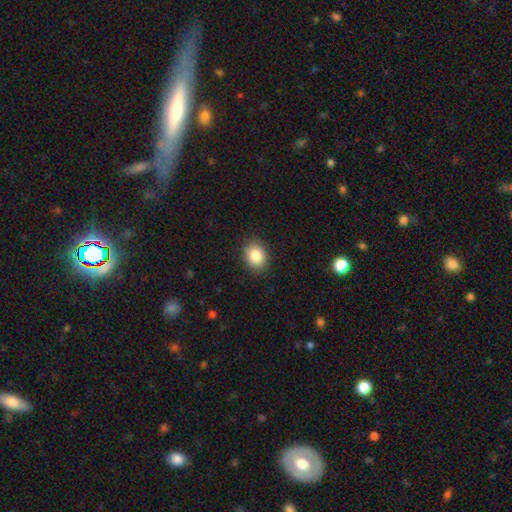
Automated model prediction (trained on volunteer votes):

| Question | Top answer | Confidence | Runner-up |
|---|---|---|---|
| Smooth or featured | smooth | 86% | star or artifact (9%) |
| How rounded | in between | 53% | round (46%) |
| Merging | none | 87% | minor disturbance (9%) |